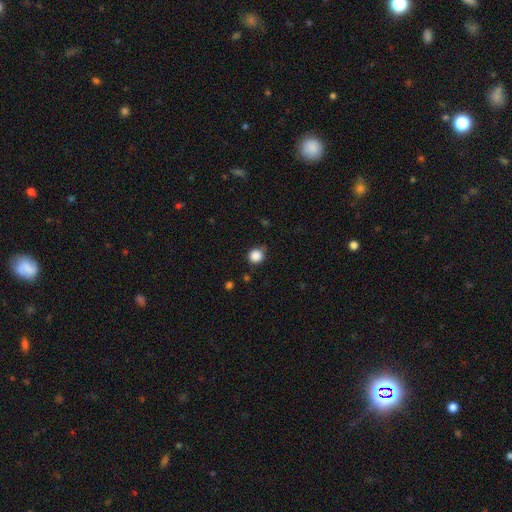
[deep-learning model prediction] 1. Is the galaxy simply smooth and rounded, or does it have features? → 87% smooth, 10% star or artifact, 3% featured or disk.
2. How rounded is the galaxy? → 90% round, 9% in between, 1% cigar-shaped.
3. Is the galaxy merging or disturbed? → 77% none, 17% minor disturbance, 4% major disturbance, 2% merger.